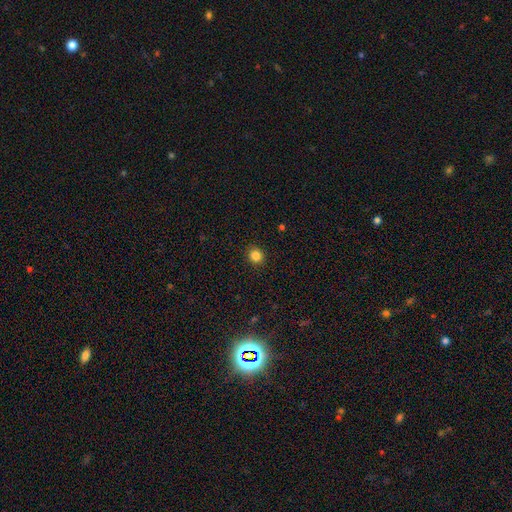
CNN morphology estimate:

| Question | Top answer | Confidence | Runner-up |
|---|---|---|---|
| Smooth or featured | smooth | 84% | star or artifact (12%) |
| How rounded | round | 88% | in between (11%) |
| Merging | none | 92% | minor disturbance (5%) |